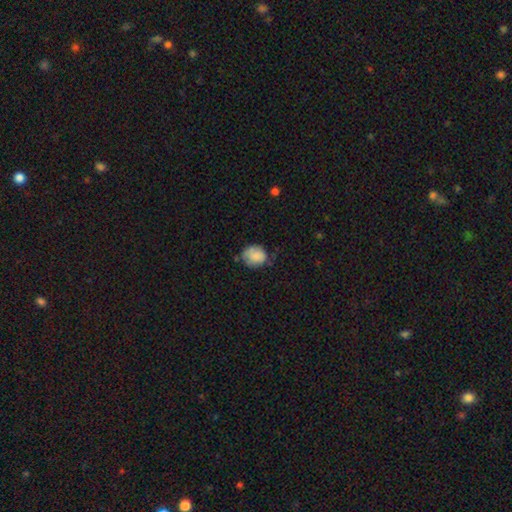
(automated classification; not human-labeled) This is likely a smooth galaxy (77%). How rounded: likely round (66%). Merging: possibly none (55%).